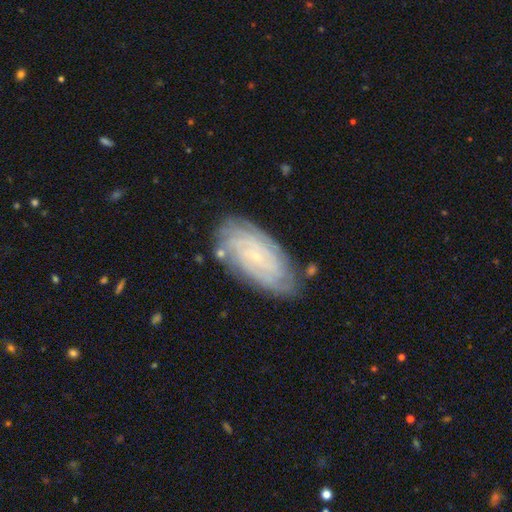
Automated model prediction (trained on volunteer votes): Smooth or featured? featured or disk (79%)
Edge-on disk? no (94%)
Bar? no (65%)
Spiral arms? yes (95%)
Spiral winding? tight (80%)
Spiral arm count? can't tell (38%)
Bulge size? small (84%)
Merging? none (76%)